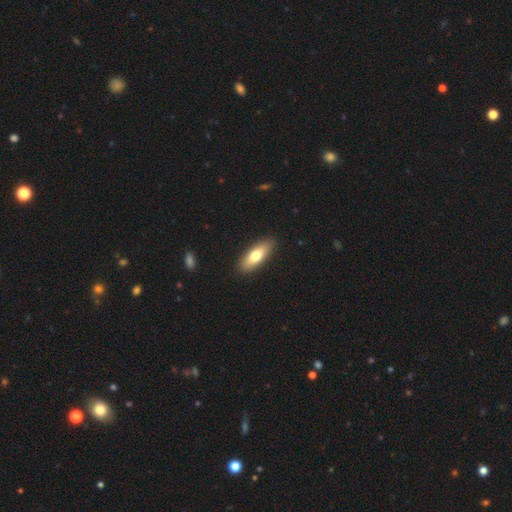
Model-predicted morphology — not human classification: Overall: smooth (70%). How rounded: in between (64%; cigar-shaped 34%). Merging: none (89%).